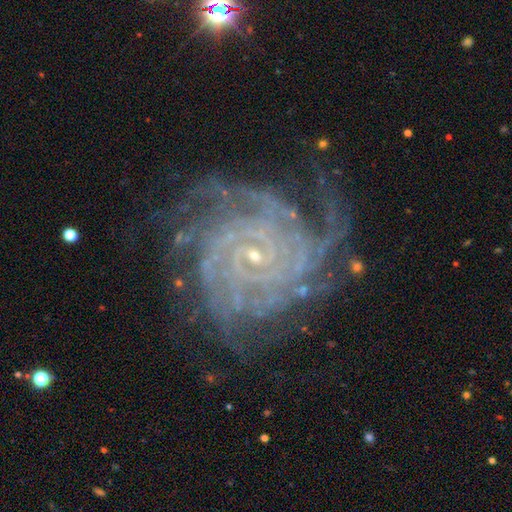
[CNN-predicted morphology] smooth_or_featured: featured or disk (p=0.90) [alt: star or artifact p=0.06]
disk_edge_on: no (p=0.98) [alt: yes p=0.02]
bar: no (p=0.63) [alt: weak p=0.26]
has_spiral_arms: yes (p=0.98) [alt: no p=0.02]
spiral_winding: tight (p=0.80) [alt: medium p=0.17]
spiral_arm_count: more than 4 (p=0.30) [alt: 4 p=0.25]
bulge_size: small (p=0.88) [alt: moderate p=0.07]
merging: none (p=0.72) [alt: minor disturbance p=0.17]